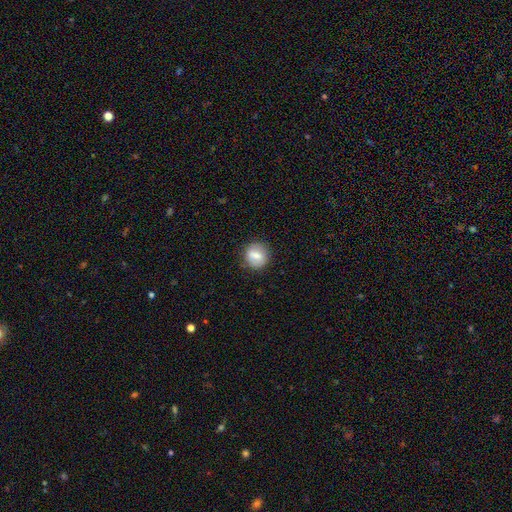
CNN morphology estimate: Smooth or featured: smooth — 72% (featured or disk — 20%)
How rounded: round — 82% (in between — 17%)
Merging: none — 83% (minor disturbance — 12%)